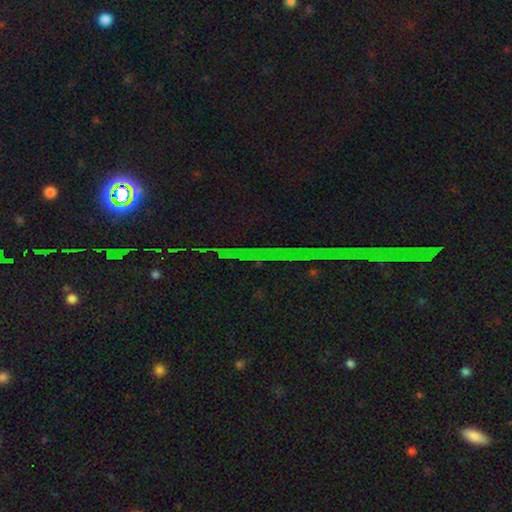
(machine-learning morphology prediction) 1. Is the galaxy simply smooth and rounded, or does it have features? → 84% star or artifact, 9% featured or disk, 7% smooth.